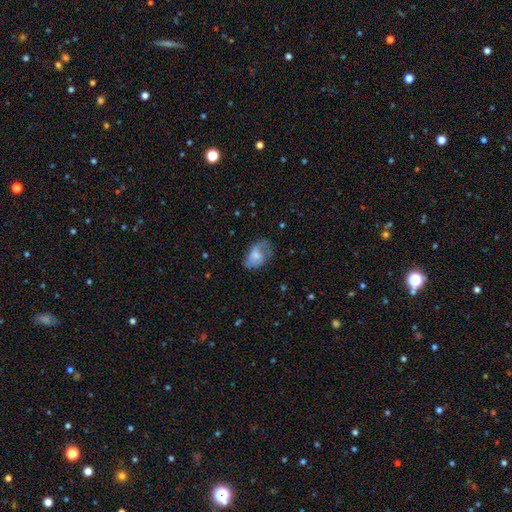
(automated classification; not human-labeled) Morphology: type=featured or disk (47%); merging=none (44%).